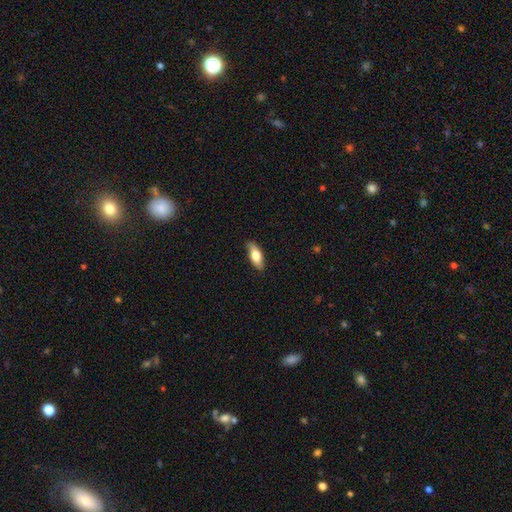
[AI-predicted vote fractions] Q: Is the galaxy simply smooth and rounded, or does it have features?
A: smooth — 68%.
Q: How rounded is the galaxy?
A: in between — 71%.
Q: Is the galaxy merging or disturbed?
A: none — 83%.